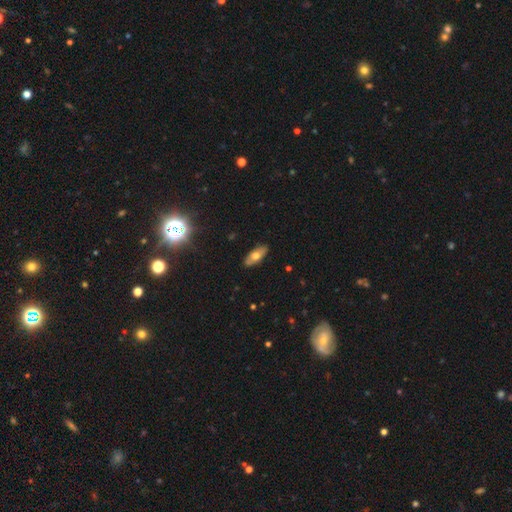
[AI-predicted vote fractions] smooth 59%, featured or disk 33%, star or artifact 8%. Down the decision tree: how rounded — in between (78%); merging — none (86%).